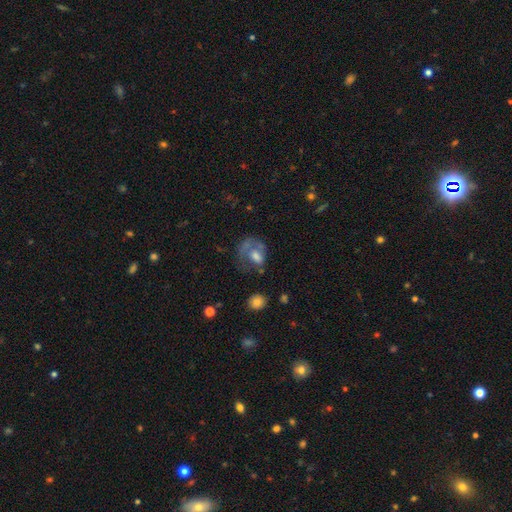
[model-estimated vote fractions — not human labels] This appears to be a featured or disk galaxy (47%). Merging: major disturbance (43%).